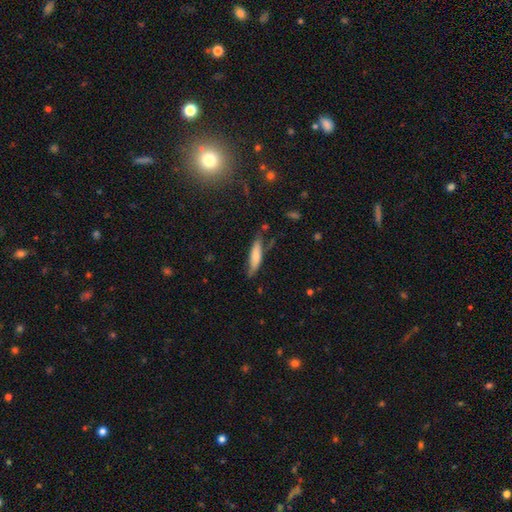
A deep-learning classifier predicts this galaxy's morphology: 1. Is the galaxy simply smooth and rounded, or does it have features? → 68% smooth, 26% featured or disk, 7% star or artifact.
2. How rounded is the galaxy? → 72% cigar-shaped, 27% in between, 2% round.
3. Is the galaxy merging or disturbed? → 61% none, 27% minor disturbance, 7% major disturbance, 4% merger.